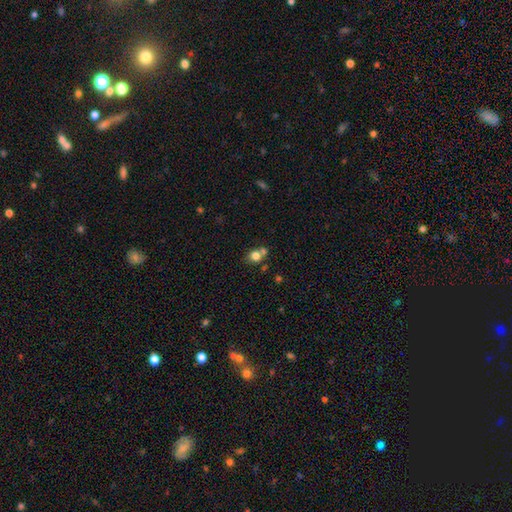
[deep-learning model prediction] smooth-or-featured: smooth: 76% | star or artifact: 13% | featured or disk: 11%
  how-rounded: round: 69% | in between: 30% | cigar-shaped: 1%
  merging: none: 50% | merger: 35% | minor disturbance: 11% | major disturbance: 5%